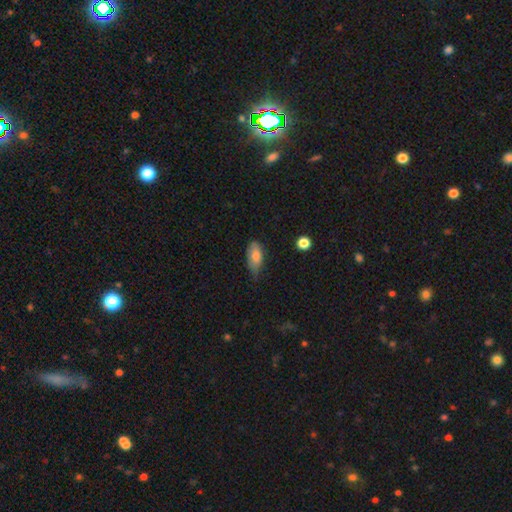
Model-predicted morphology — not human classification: smooth 76%, featured or disk 16%, star or artifact 7%. Down the decision tree: how rounded — in between (84%); merging — none (53%).